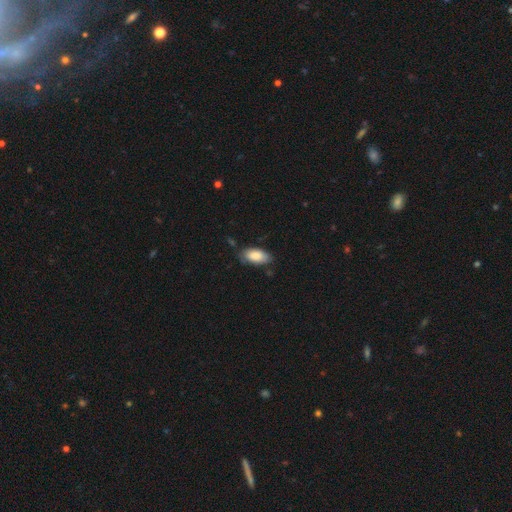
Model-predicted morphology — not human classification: Smooth or featured? Predicted: smooth (p=0.84). How rounded? Predicted: in between (p=0.93). Merging? Predicted: none (p=0.69).